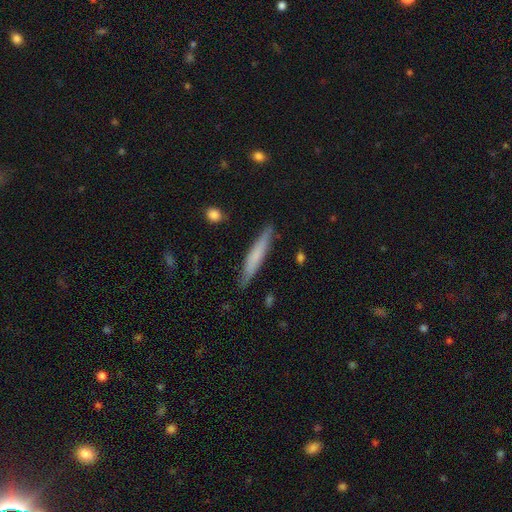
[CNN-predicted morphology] smooth-or-featured: smooth: 62% | featured or disk: 31% | star or artifact: 6%
  how-rounded: cigar-shaped: 93% | in between: 6% | round: 1%
  merging: none: 84% | minor disturbance: 12% | major disturbance: 2% | merger: 1%